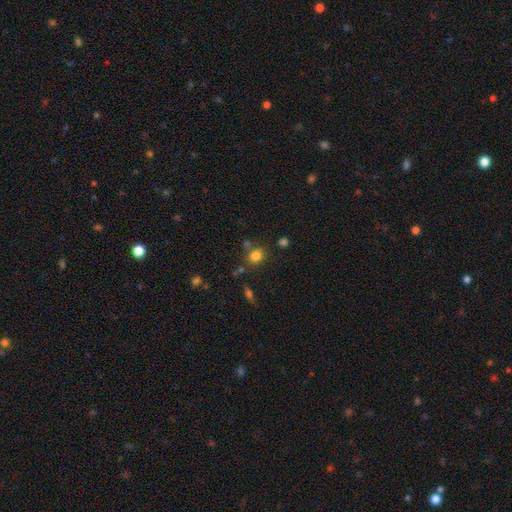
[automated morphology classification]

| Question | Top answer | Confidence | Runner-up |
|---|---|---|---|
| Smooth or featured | smooth | 80% | star or artifact (13%) |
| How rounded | round | 64% | in between (35%) |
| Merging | none | 71% | minor disturbance (13%) |